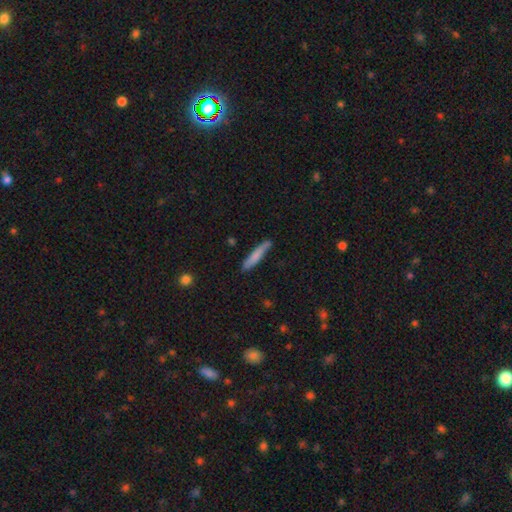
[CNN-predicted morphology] Smooth or featured? smooth (73%)
How rounded? cigar-shaped (92%)
Merging? none (79%)